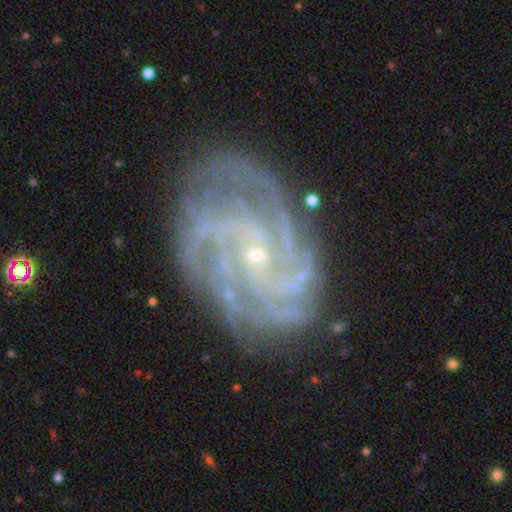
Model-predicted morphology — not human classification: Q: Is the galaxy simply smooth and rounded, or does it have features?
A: featured or disk — 90%.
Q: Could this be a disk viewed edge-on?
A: no — 98%.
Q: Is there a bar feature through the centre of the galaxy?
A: no — 66%.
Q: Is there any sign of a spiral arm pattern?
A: yes — 98%.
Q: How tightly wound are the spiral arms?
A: tight — 64%.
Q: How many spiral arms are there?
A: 4 — 31%.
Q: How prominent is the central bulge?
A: small — 83%.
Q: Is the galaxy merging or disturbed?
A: none — 79%.